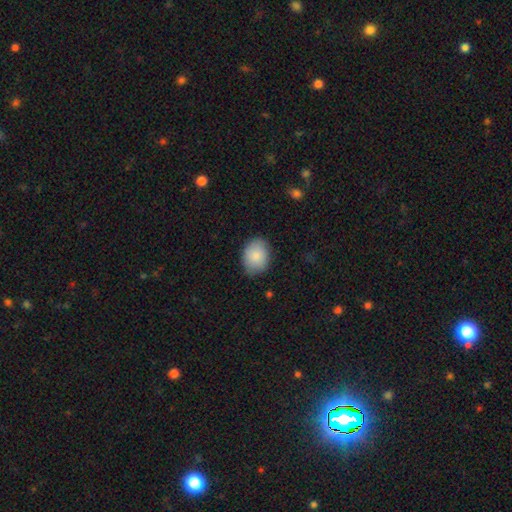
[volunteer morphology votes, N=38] This appears to be a smooth galaxy with no disk features (87%) that is in between round and cigar-shaped (67%). Merging: none (89%).